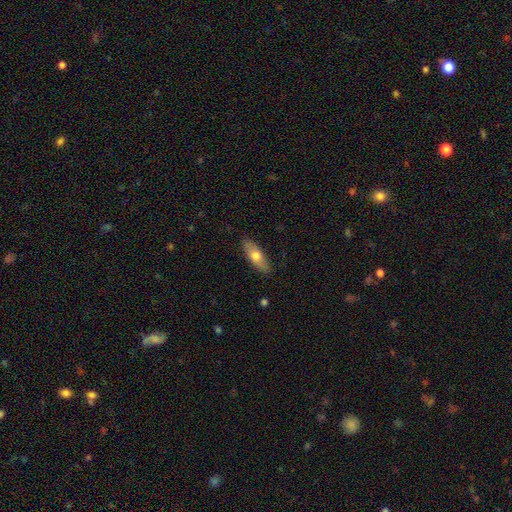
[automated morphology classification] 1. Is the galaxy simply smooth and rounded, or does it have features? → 66% smooth, 28% featured or disk, 6% star or artifact.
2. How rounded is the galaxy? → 66% in between, 31% cigar-shaped, 3% round.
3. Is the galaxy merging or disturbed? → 87% none, 10% minor disturbance, 2% major disturbance, 1% merger.